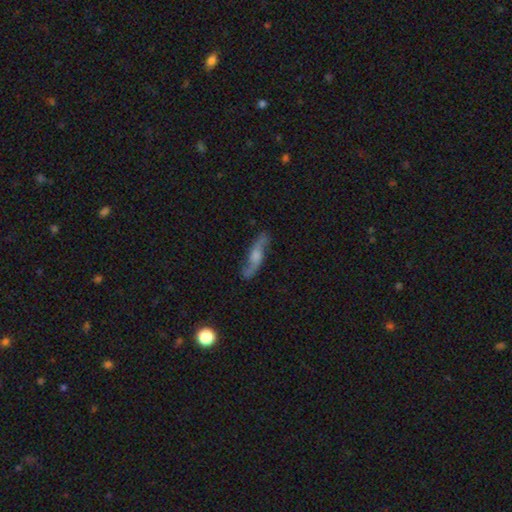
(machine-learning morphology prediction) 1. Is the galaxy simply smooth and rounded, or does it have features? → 71% featured or disk, 21% smooth, 7% star or artifact.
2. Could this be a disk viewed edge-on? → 58% no, 42% yes.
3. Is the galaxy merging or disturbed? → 82% none, 13% minor disturbance, 4% major disturbance, 2% merger.